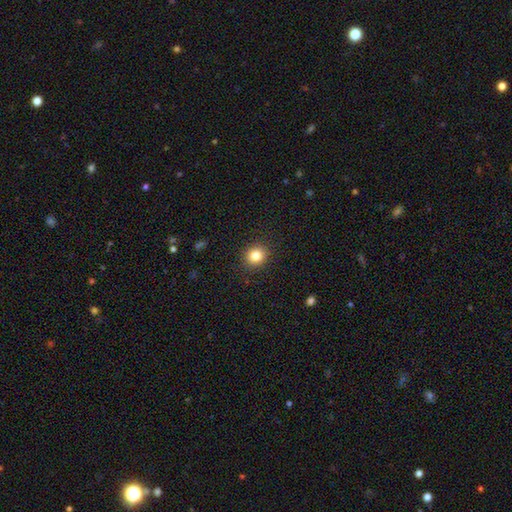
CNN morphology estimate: smooth 83%, star or artifact 11%, featured or disk 6%. Down the decision tree: how rounded — round (84%); merging — none (90%).